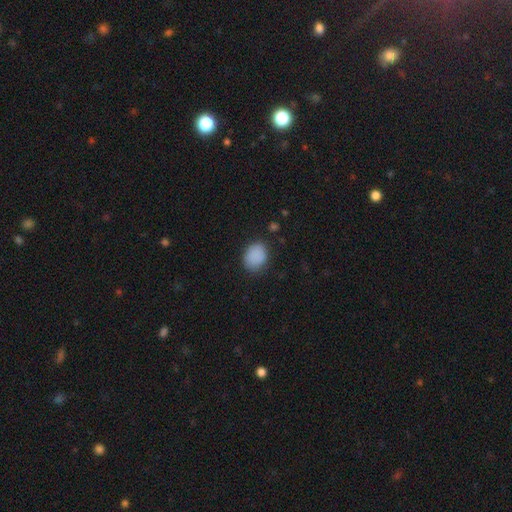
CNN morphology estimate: Smooth or featured?
  - smooth: 87% *
  - star or artifact: 8%
  - featured or disk: 4%
How rounded?
  - in between: 56% *
  - round: 43%
  - cigar-shaped: 1%
Merging?
  - none: 79% *
  - minor disturbance: 15%
  - major disturbance: 4%
  - merger: 1%